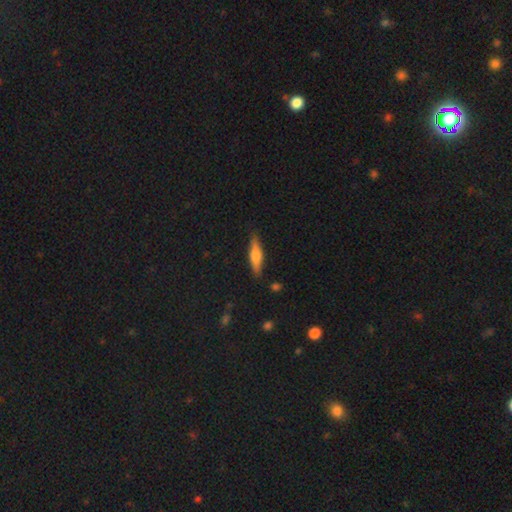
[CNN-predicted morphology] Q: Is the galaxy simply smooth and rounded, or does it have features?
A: smooth — 48%.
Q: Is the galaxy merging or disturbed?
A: none — 86%.